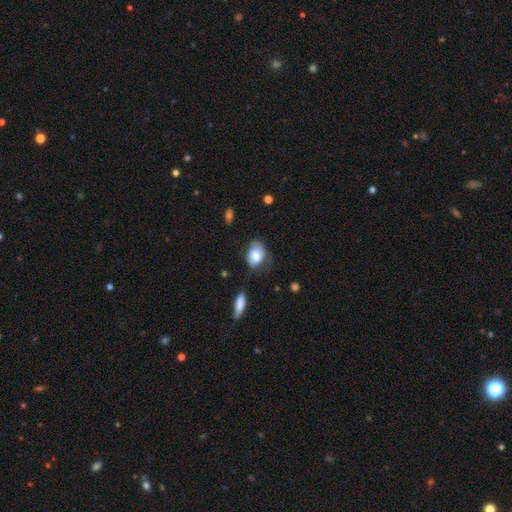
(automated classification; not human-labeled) Q: Smooth or featured?
A: smooth (75%); runner-up: featured or disk (17%)
Q: How rounded?
A: in between (72%); runner-up: round (27%)
Q: Merging?
A: none (41%); runner-up: minor disturbance (36%)